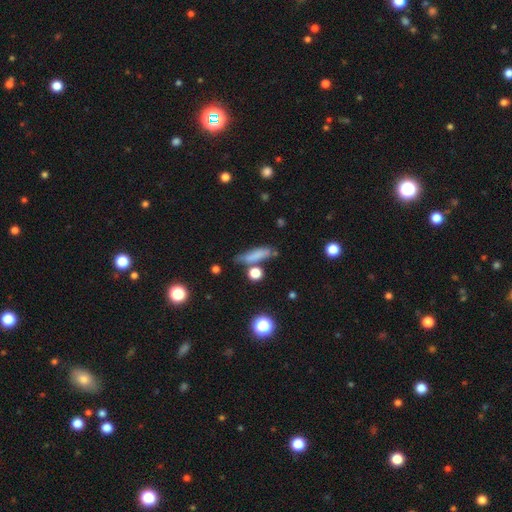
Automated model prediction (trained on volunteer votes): Smooth or featured?
  - smooth: 74% *
  - featured or disk: 15%
  - star or artifact: 11%
How rounded?
  - cigar-shaped: 65% *
  - in between: 29%
  - round: 6%
Merging?
  - none: 62% *
  - minor disturbance: 21%
  - merger: 10%
  - major disturbance: 7%